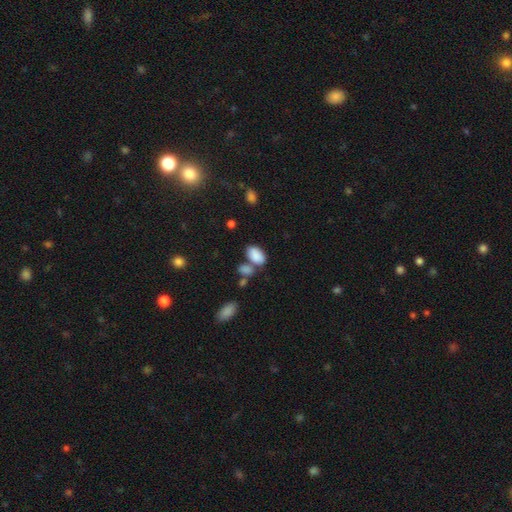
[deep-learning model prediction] Q: Smooth or featured?
A: smooth (86%); runner-up: star or artifact (8%)
Q: How rounded?
A: in between (93%); runner-up: round (6%)
Q: Merging?
A: none (50%); runner-up: merger (30%)